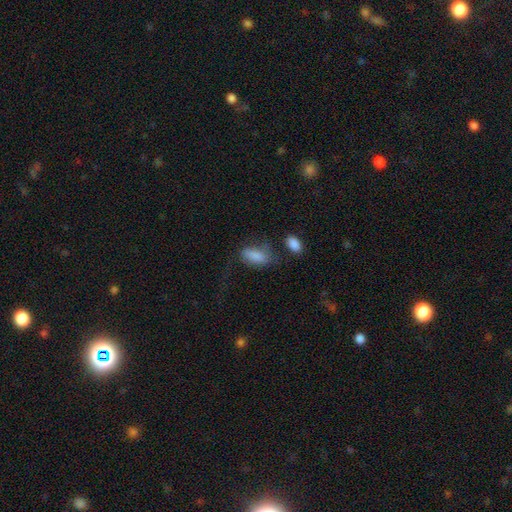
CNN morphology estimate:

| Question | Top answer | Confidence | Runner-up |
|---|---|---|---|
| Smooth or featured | smooth | 80% | featured or disk (11%) |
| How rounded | in between | 89% | cigar-shaped (6%) |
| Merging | none | 41% | minor disturbance (27%) |